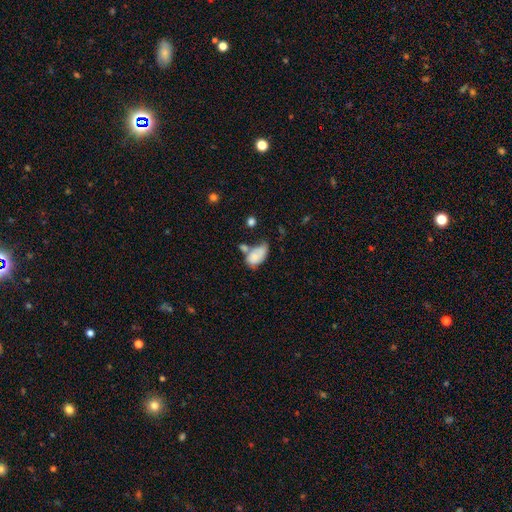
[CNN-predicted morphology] A smooth galaxy with no disk features (73%) that is in between round and cigar-shaped (90%).

Vote fractions:
- Smooth or featured? smooth: 73% / featured or disk: 18% / star or artifact: 8%
- How rounded? in between: 90% / round: 8% / cigar-shaped: 2%
- Merging? merger: 32% / minor disturbance: 27% / none: 23% / major disturbance: 17%